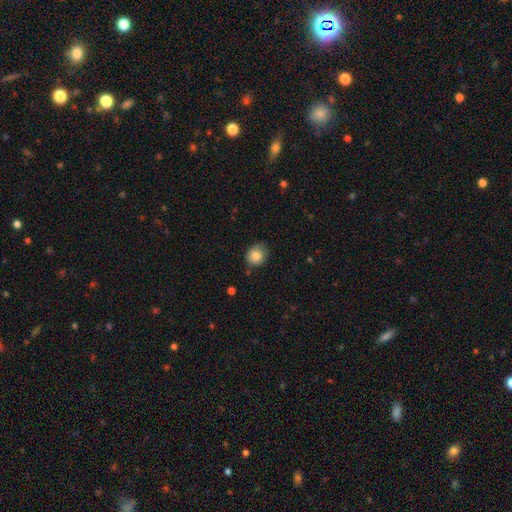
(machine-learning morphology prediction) A smooth galaxy with no disk features (83%) that is round (73%).

Vote fractions:
- Smooth or featured? smooth: 83% / star or artifact: 9% / featured or disk: 8%
- How rounded? round: 73% / in between: 26% / cigar-shaped: 1%
- Merging? none: 76% / minor disturbance: 18% / major disturbance: 3% / merger: 2%